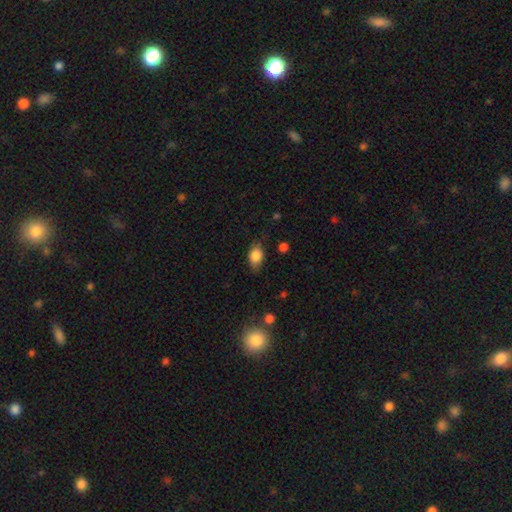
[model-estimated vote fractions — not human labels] Smooth or featured? smooth (83%)
How rounded? in between (76%)
Merging? none (68%)